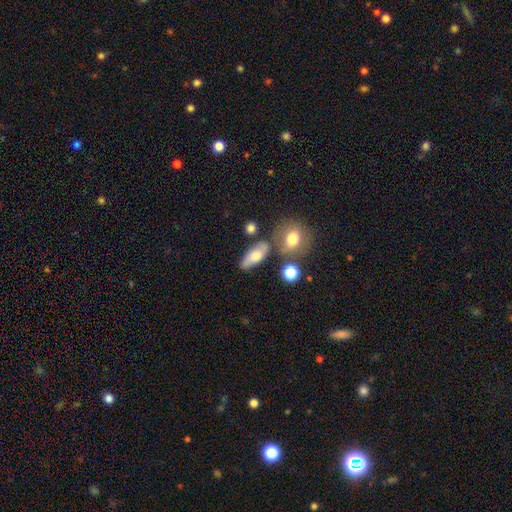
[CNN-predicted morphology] type=smooth (65%); roundness=in between (72%); merging=none (66%).